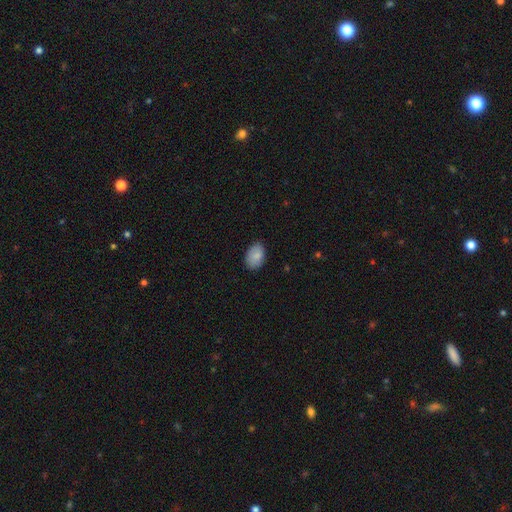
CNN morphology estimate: This appears to be a smooth galaxy with no disk features (86%) that is in between round and cigar-shaped (86%). Merging: none (85%).